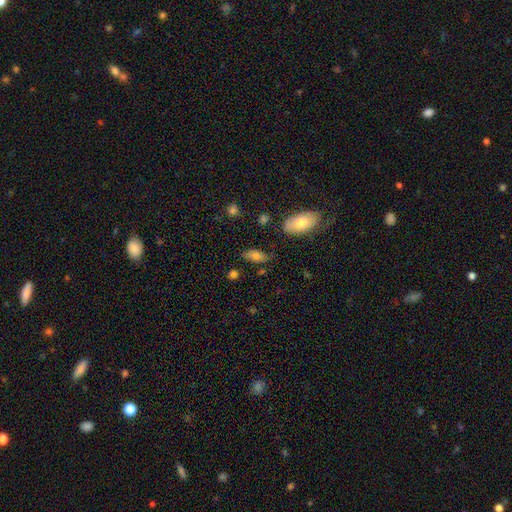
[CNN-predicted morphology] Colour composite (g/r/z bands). It shows a smooth galaxy with no disk features (76%) that is in between round and cigar-shaped (87%). Merging: none (75%).